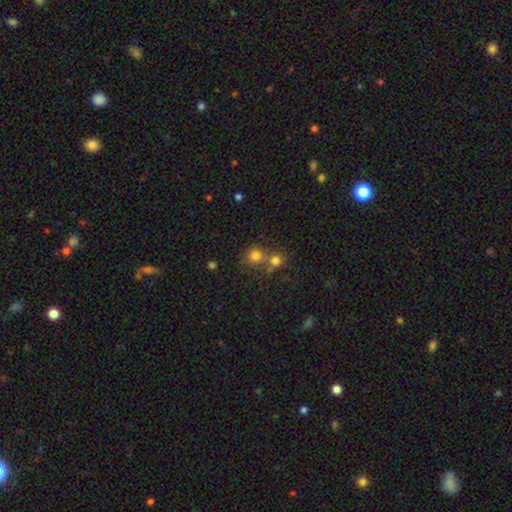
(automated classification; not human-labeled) A smooth galaxy with no disk features (76%) that is round (88%).

Vote fractions:
- Smooth or featured? smooth: 76% / star or artifact: 15% / featured or disk: 9%
- How rounded? round: 88% / in between: 11% / cigar-shaped: 1%
- Merging? none: 50% / merger: 39% / minor disturbance: 7% / major disturbance: 4%